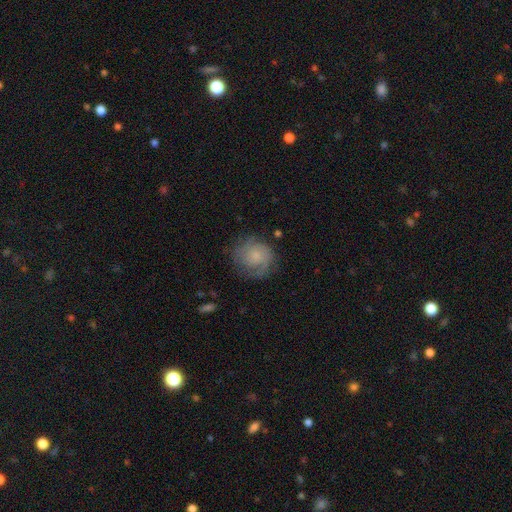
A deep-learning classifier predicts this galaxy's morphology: Smooth or featured: featured or disk — 55% (smooth — 37%)
Edge-on disk: no — 98% (yes — 2%)
Bar: no — 75% (weak — 22%)
Spiral arms: yes — 87% (no — 13%)
Bulge size: small — 46% (moderate — 26%)
Merging: none — 69% (minor disturbance — 19%)